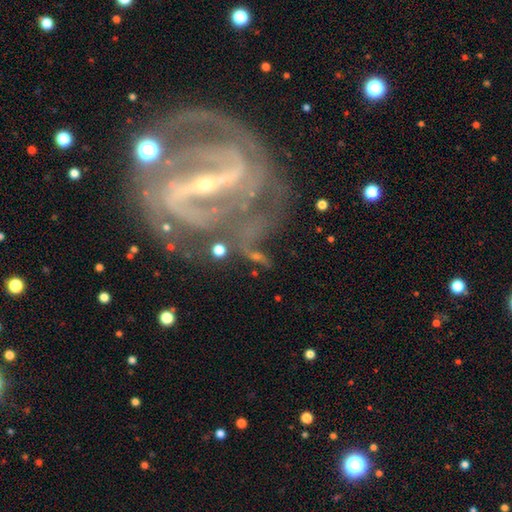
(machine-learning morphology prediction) A featured or disk galaxy (90%) with a strong bar (81%), 2 (61%) medium (45%) spiral arms (94%) and a small central bulge (86%). Merging: none (59%).